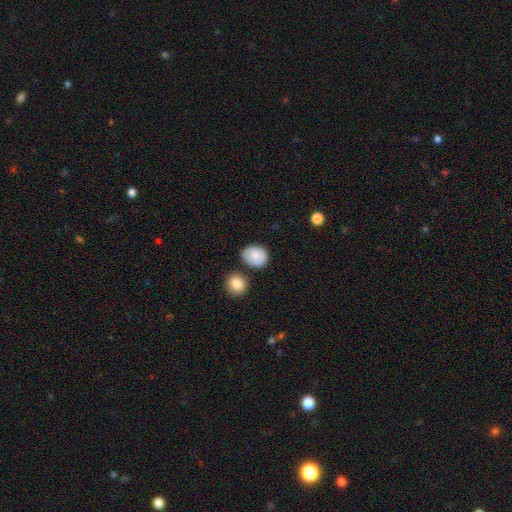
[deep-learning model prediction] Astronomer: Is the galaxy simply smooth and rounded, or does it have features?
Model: smooth — 82%.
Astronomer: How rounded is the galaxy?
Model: in between — 53% (runner-up: round, 46%).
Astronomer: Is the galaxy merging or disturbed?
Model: none — 65%.